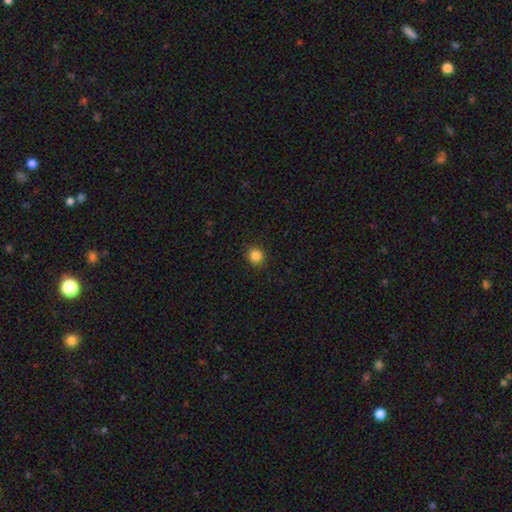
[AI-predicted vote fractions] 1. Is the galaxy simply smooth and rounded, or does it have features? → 86% smooth, 11% star or artifact, 3% featured or disk.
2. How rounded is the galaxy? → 91% round, 8% in between, 1% cigar-shaped.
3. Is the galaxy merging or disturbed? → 91% none, 7% minor disturbance, 2% major disturbance, 1% merger.